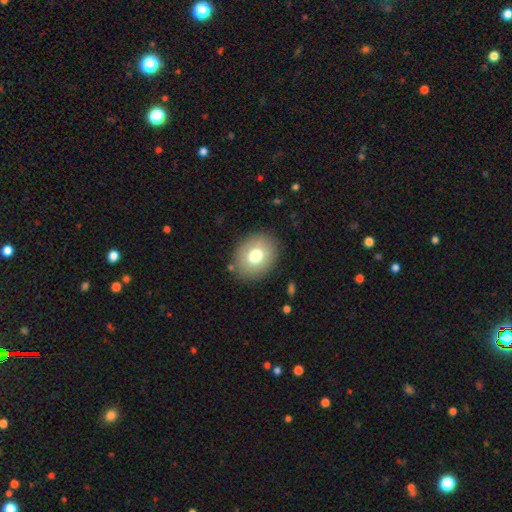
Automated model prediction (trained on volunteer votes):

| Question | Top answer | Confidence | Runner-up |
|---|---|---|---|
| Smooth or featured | smooth | 74% | featured or disk (17%) |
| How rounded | round | 57% | in between (42%) |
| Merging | none | 85% | minor disturbance (9%) |